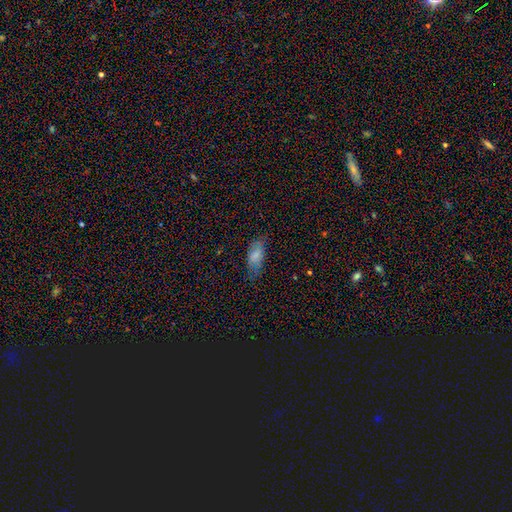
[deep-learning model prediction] A smooth galaxy with no disk features (78%) that is in between round and cigar-shaped (85%).

Vote fractions:
- Smooth or featured? smooth: 78% / featured or disk: 14% / star or artifact: 8%
- How rounded? in between: 85% / cigar-shaped: 13% / round: 3%
- Merging? none: 65% / minor disturbance: 26% / major disturbance: 8% / merger: 1%